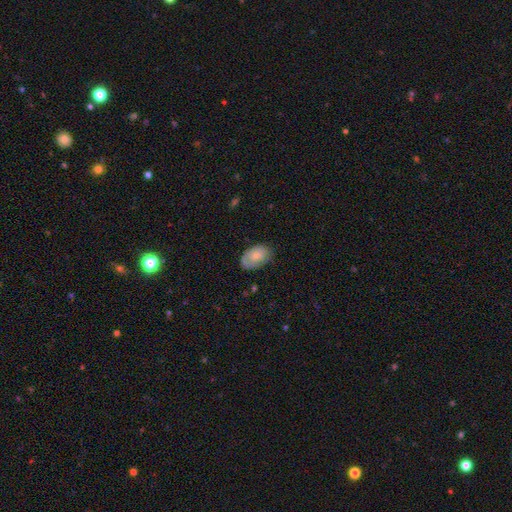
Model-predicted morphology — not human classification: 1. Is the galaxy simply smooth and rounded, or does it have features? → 66% smooth, 28% featured or disk, 7% star or artifact.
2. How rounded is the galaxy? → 90% in between, 9% round, 1% cigar-shaped.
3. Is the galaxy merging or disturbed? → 69% none, 24% minor disturbance, 6% major disturbance, 1% merger.